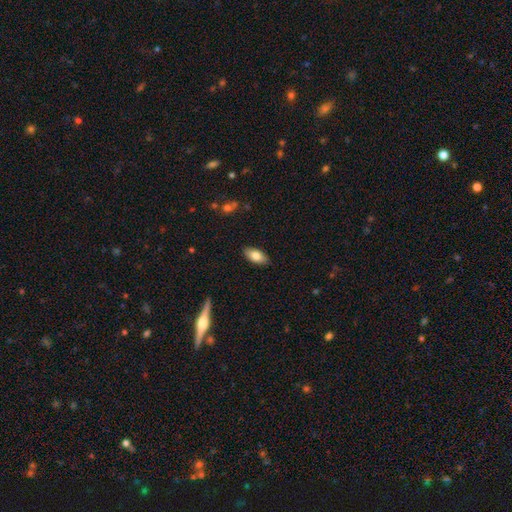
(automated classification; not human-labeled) Smooth or featured?
  - smooth: 80% *
  - featured or disk: 13%
  - star or artifact: 7%
How rounded?
  - in between: 90% *
  - cigar-shaped: 7%
  - round: 3%
Merging?
  - none: 87% *
  - minor disturbance: 10%
  - major disturbance: 2%
  - merger: 1%